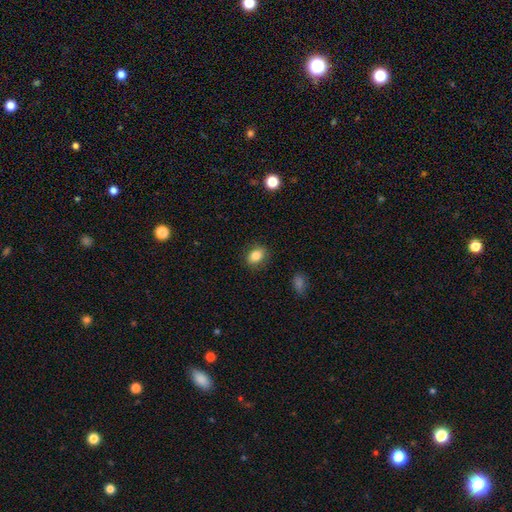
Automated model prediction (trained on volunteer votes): A smooth galaxy with no disk features (83%) that is in between round and cigar-shaped (68%). Merging: none (86%).